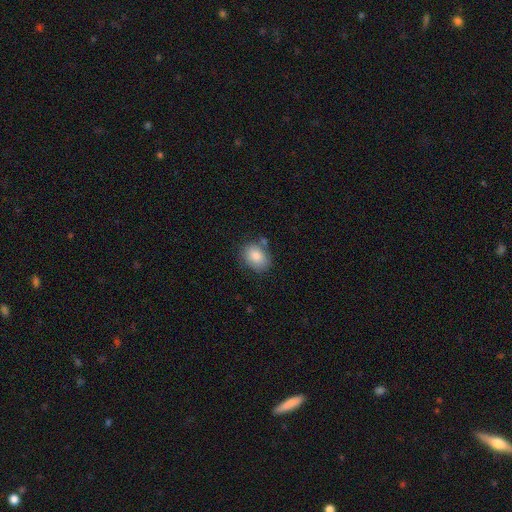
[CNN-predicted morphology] Smooth or featured: smooth — 85% (featured or disk — 8%)
How rounded: in between — 64% (round — 35%)
Merging: none — 71% (minor disturbance — 17%)